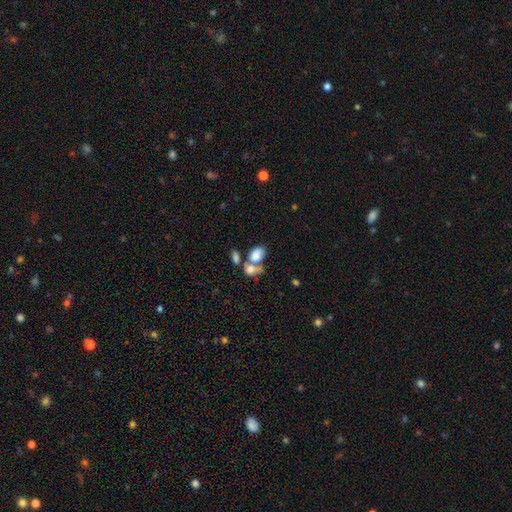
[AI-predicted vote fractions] This is likely a smooth galaxy (75%). How rounded: clearly in between (80%). Merging: possibly merger (57%).